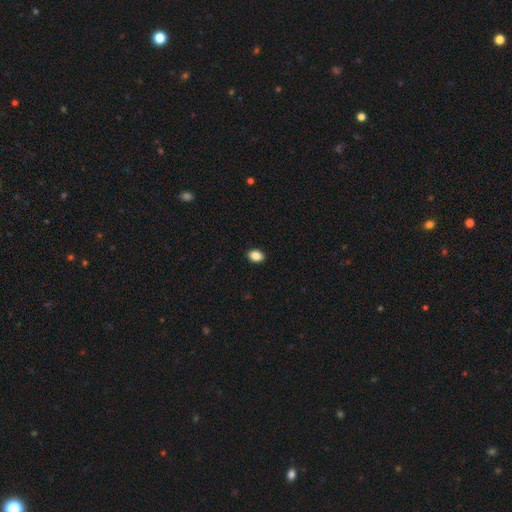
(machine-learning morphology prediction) The model was most divided on "how rounded": in between: 78%, round: 21%, cigar-shaped: 1%. More confident: merging — none (91%); smooth or featured — smooth (88%).